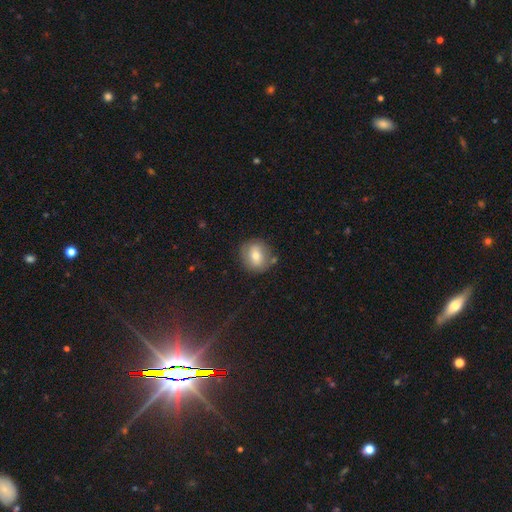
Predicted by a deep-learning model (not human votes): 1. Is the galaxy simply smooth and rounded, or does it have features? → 69% smooth, 23% featured or disk, 9% star or artifact.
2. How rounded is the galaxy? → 80% round, 18% in between, 1% cigar-shaped.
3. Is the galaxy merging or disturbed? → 77% none, 14% minor disturbance, 4% merger, 4% major disturbance.